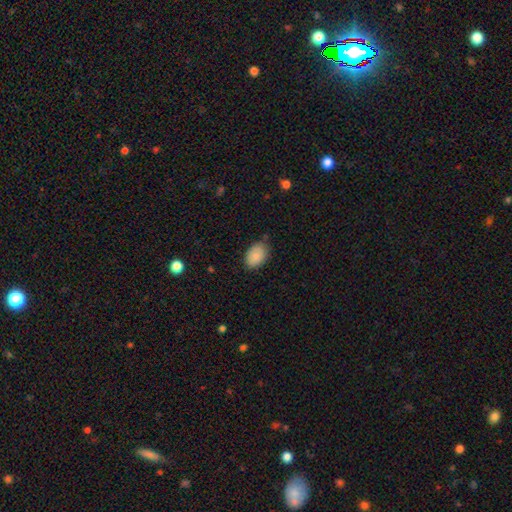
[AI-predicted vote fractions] Overall: smooth (84%). How rounded: in between (88%). Merging: none (74%).